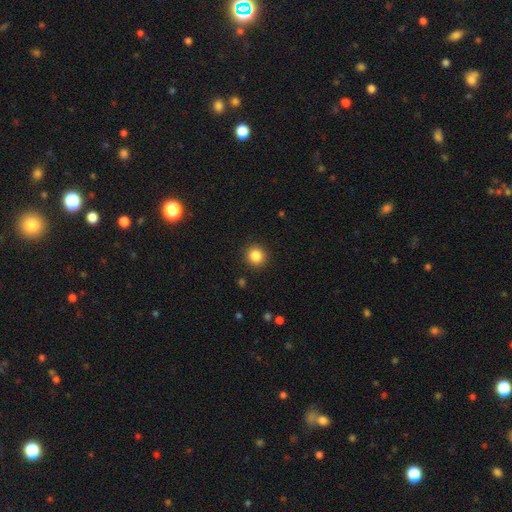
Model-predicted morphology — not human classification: This is clearly a smooth galaxy (85%). How rounded: clearly round (90%). Merging: clearly none (91%).